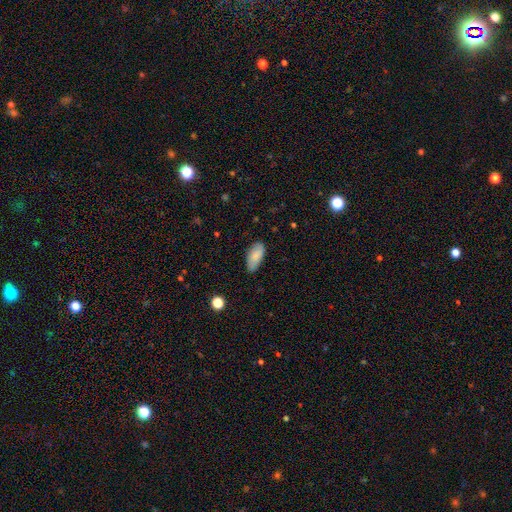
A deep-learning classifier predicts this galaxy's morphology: Smooth or featured? Predicted: smooth (p=0.84). How rounded? Predicted: in between (p=0.92). Merging? Predicted: none (p=0.81).